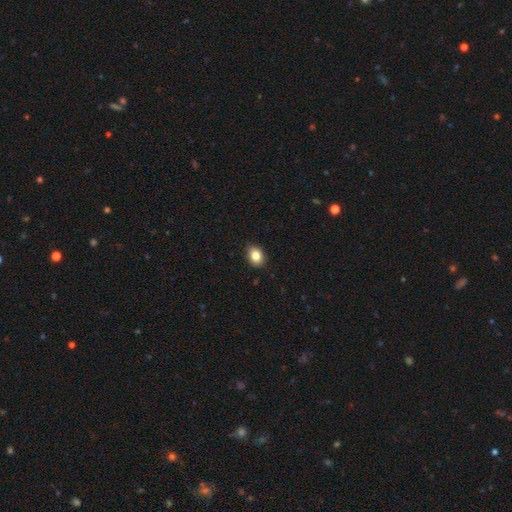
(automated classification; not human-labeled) This appears to be a smooth galaxy with no disk features (85%) that is in between round and cigar-shaped (70%). Merging: none (88%).